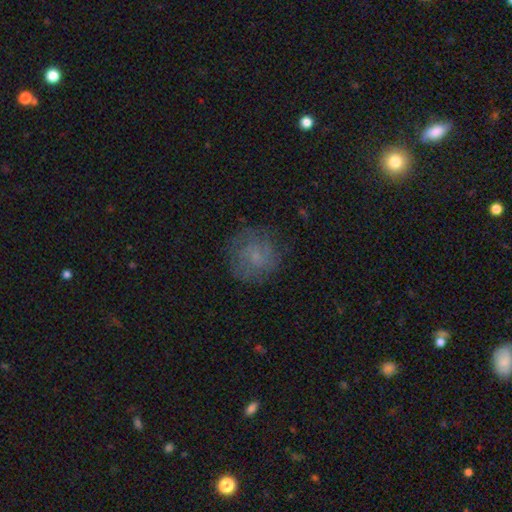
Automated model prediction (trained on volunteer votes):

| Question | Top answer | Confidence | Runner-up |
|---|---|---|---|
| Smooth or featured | smooth | 48% | featured or disk (39%) |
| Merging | none | 75% | minor disturbance (16%) |